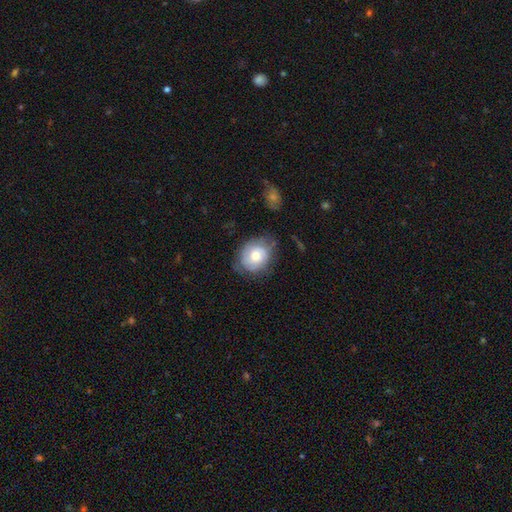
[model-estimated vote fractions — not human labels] smooth_or_featured: smooth (p=0.53) [alt: featured or disk p=0.40]
how_rounded: round (p=0.64) [alt: in between p=0.35]
merging: none (p=0.60) [alt: minor disturbance p=0.28]